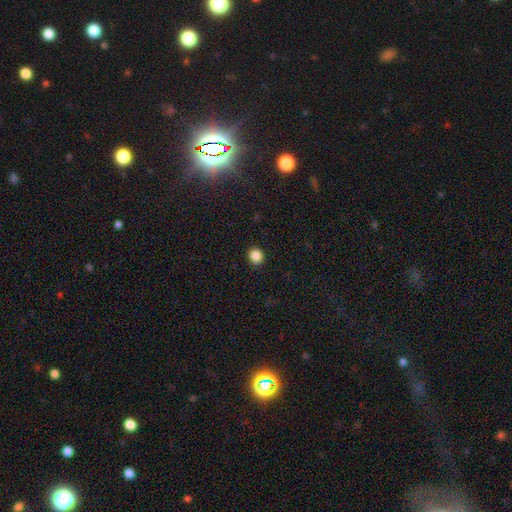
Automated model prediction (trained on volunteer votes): A smooth galaxy with no disk features (86%) that is round (79%). Merging: none (92%).